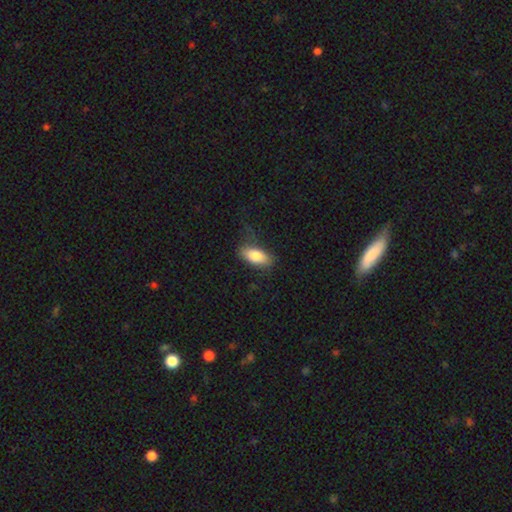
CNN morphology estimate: type=smooth (80%); roundness=in between (86%); merging=none (69%).